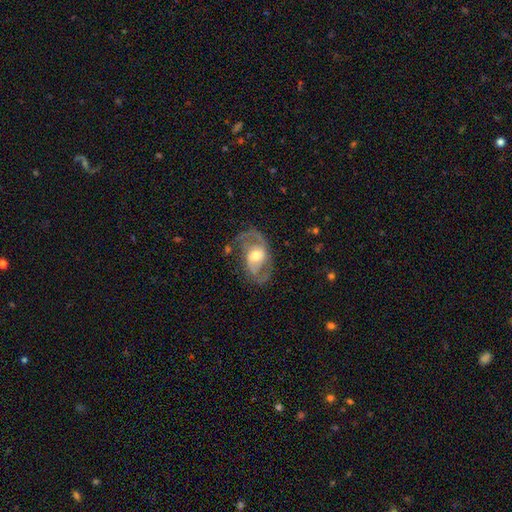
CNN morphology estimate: This appears to be a featured or disk galaxy (84%) with no bar (46%), 2 (87%) medium (52%) spiral arms (90%) and a moderate central bulge (69%). Merging: none (67%).